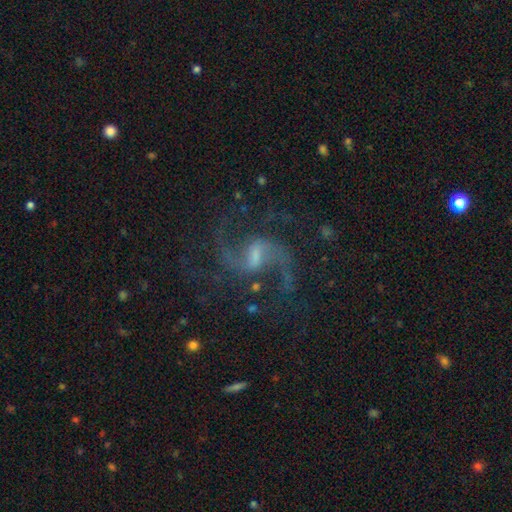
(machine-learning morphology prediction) A featured or disk galaxy (90%) with a weak bar (58%), 2 (87%) loose (51%) spiral arms (98%) and a small central bulge (38%).

Vote fractions:
- Smooth or featured? featured or disk: 90% / star or artifact: 6% / smooth: 4%
- Edge-on disk? no: 98% / yes: 2%
- Bar? weak: 58% / strong: 29% / no: 13%
- Spiral arms? yes: 98% / no: 2%
- Spiral winding? loose: 51% / medium: 43% / tight: 6%
- Spiral arm count? 2: 87% / 3: 4% / can't tell: 3% / 1: 2% / 4: 2% / more than 4: 2%
- Bulge size? small: 38% / moderate: 33% / none: 22% / large: 6% / dominant: 1%
- Merging? none: 71% / minor disturbance: 14% / major disturbance: 13% / merger: 2%